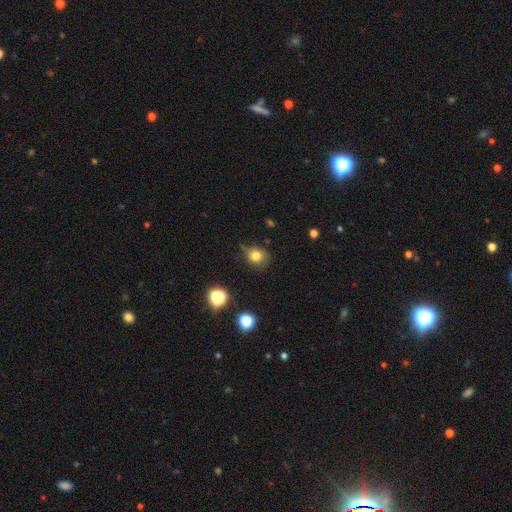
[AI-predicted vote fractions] A smooth galaxy with no disk features (79%) that is round (80%). Merging: none (65%).